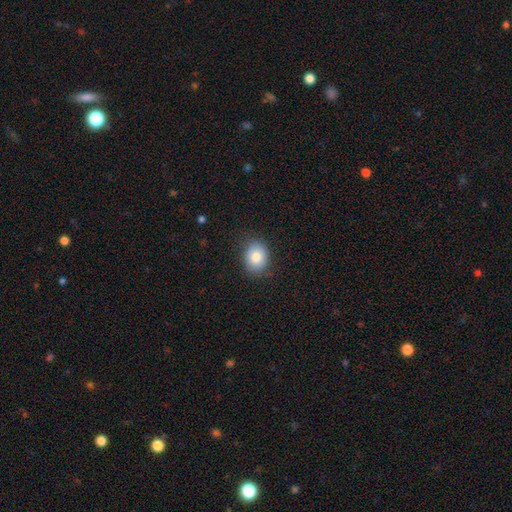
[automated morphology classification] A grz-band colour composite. It shows a smooth galaxy with no disk features (81%) that is round (52%). Merging: none (85%).